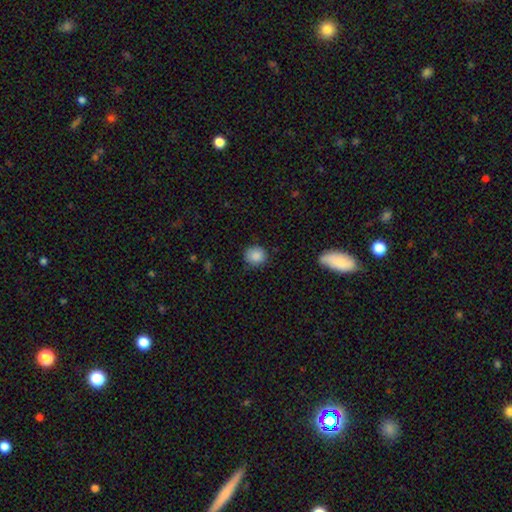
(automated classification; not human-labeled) smooth-or-featured: smooth: 87% | star or artifact: 9% | featured or disk: 4%
  how-rounded: round: 85% | in between: 14% | cigar-shaped: 1%
  merging: none: 84% | minor disturbance: 12% | major disturbance: 3% | merger: 1%